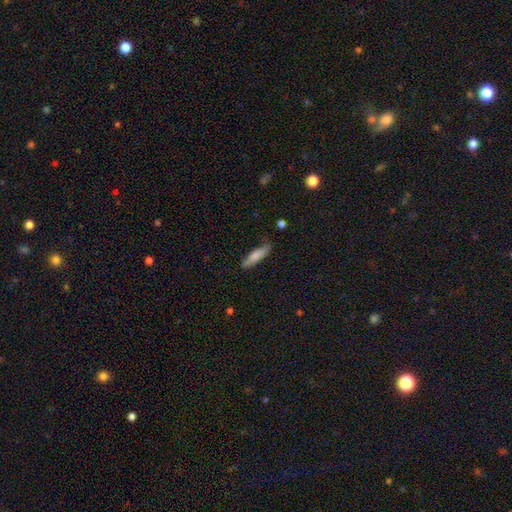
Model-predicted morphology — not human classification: This is likely a smooth galaxy (76%). How rounded: likely cigar-shaped (74%). Merging: likely none (74%).